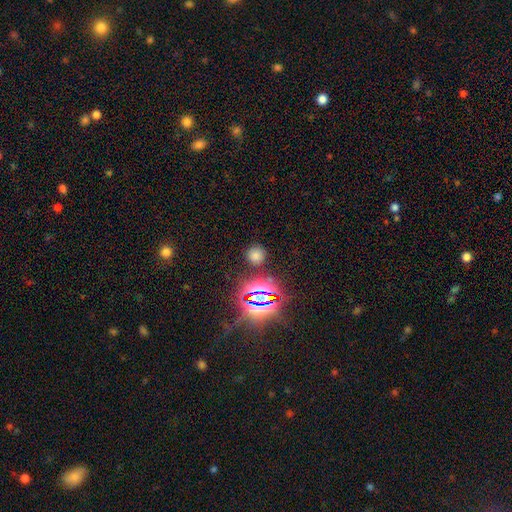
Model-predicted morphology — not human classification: Overall: smooth (65%; star or artifact 28%). How rounded: round (90%). Merging: none (85%).